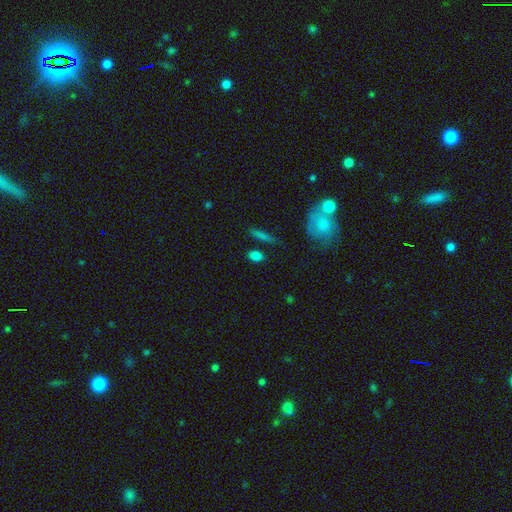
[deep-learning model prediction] Overall: smooth (82%). How rounded: in between (71%). Merging: none (81%).